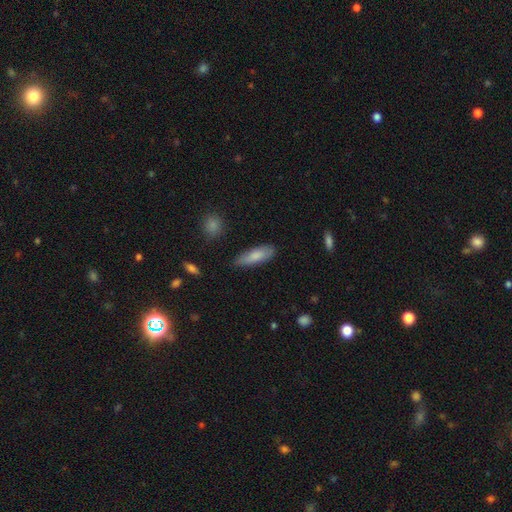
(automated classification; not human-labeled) This is clearly a smooth galaxy (81%). How rounded: possibly in between (51%). Merging: likely none (78%).